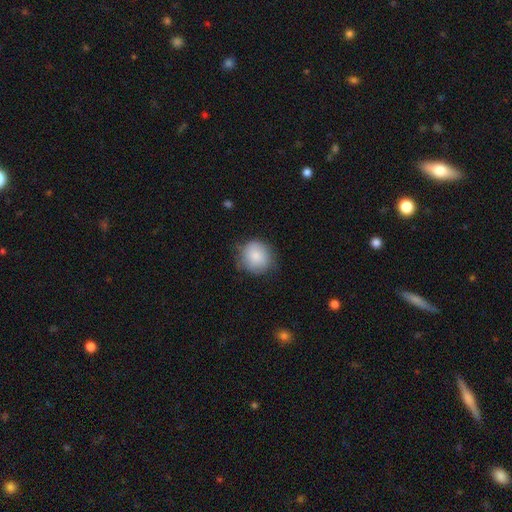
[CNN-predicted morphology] This appears to be a smooth galaxy with no disk features (83%) that is round (87%). Merging: none (71%).